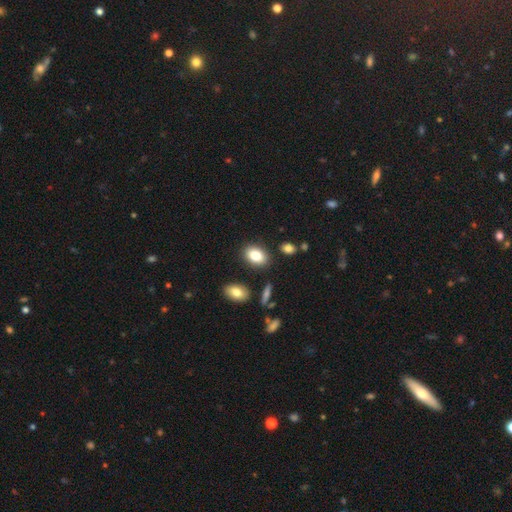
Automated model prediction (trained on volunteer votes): Smooth or featured: smooth — 82% (featured or disk — 10%)
How rounded: in between — 83% (round — 16%)
Merging: none — 83% (minor disturbance — 10%)